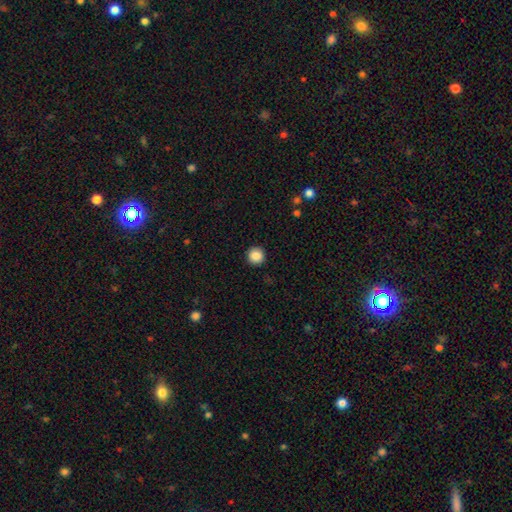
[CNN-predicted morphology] smooth 87%, star or artifact 9%, featured or disk 4%. Down the decision tree: how rounded — round (94%); merging — none (92%).